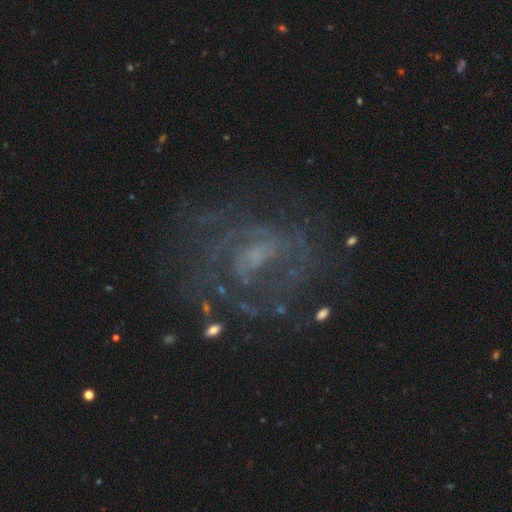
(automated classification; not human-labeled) A featured or disk galaxy (76%) with a weak bar (50%), tight (44%) spiral arms (83%) and a small central bulge (52%).

Vote fractions:
- Smooth or featured? featured or disk: 76% / star or artifact: 16% / smooth: 9%
- Edge-on disk? no: 97% / yes: 3%
- Bar? weak: 50% / no: 32% / strong: 18%
- Spiral arms? yes: 83% / no: 17%
- Spiral winding? tight: 44% / medium: 40% / loose: 16%
- Spiral arm count? can't tell: 45% / 2: 29% / 3: 10% / 4: 6% / 1: 6% / more than 4: 5%
- Bulge size? small: 52% / none: 23% / moderate: 21% / large: 2% / dominant: 1%
- Merging? none: 66% / major disturbance: 16% / minor disturbance: 15% / merger: 2%